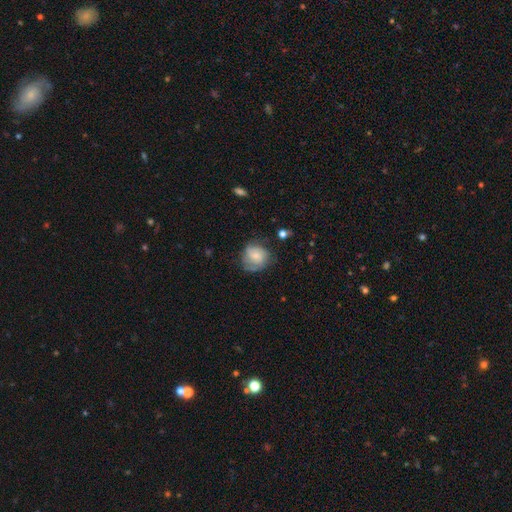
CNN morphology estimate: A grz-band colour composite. It shows a smooth galaxy with no disk features (51%) that is round (75%). Merging: none (56%).